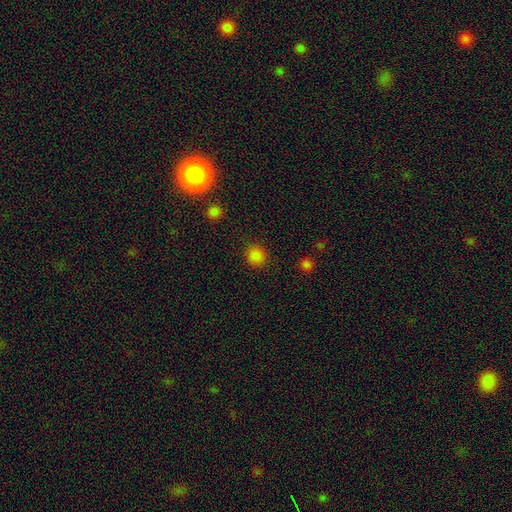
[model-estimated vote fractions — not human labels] A smooth galaxy with no disk features (83%) that is round (85%). Merging: none (88%).